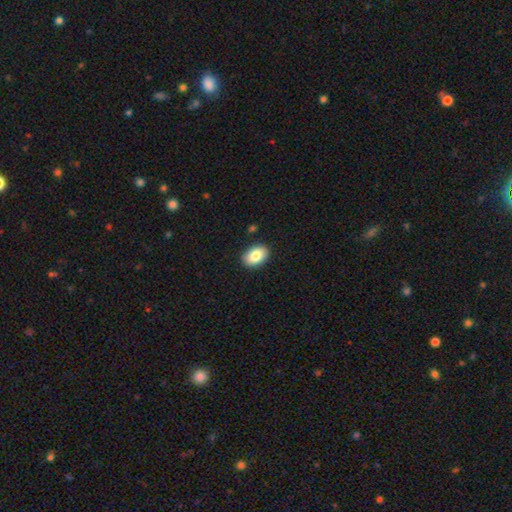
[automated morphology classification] smooth_or_featured: smooth (p=0.84) [alt: featured or disk p=0.09]
how_rounded: in between (p=0.86) [alt: round p=0.13]
merging: none (p=0.89) [alt: minor disturbance p=0.08]